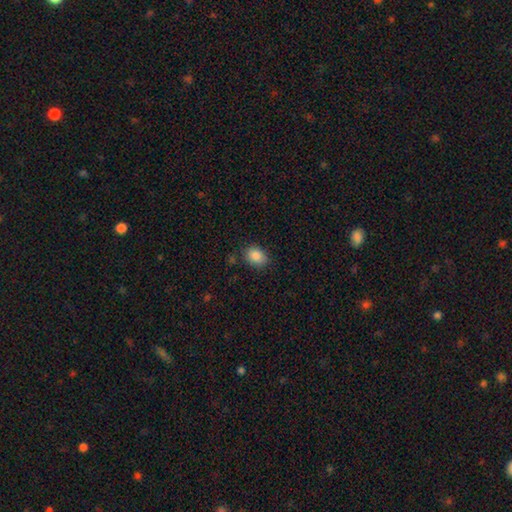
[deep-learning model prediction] Smooth or featured?
  - smooth: 87% *
  - star or artifact: 9%
  - featured or disk: 4%
How rounded?
  - in between: 67% *
  - round: 32%
  - cigar-shaped: 1%
Merging?
  - none: 82% *
  - minor disturbance: 13%
  - major disturbance: 3%
  - merger: 2%